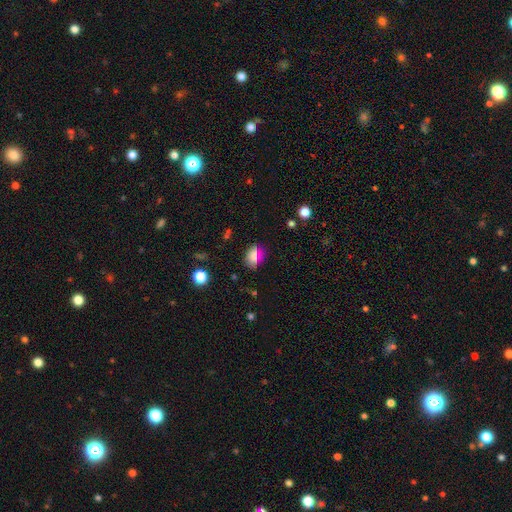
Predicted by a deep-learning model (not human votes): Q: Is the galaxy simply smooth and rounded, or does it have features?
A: smooth — 72%.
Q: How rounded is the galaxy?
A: in between — 72%.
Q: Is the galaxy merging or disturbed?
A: none — 80%.